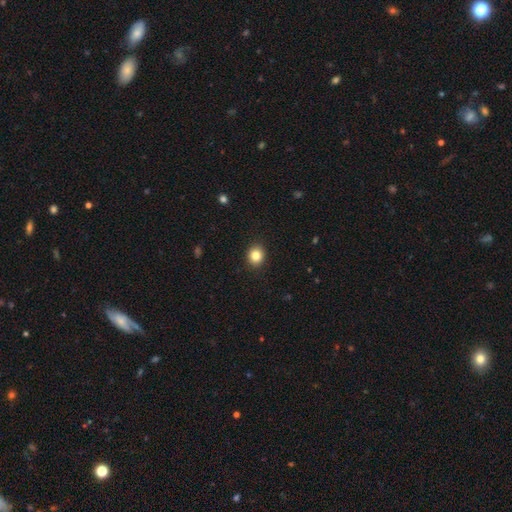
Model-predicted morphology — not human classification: A smooth galaxy with no disk features (84%) that is round (73%). Merging: none (91%).